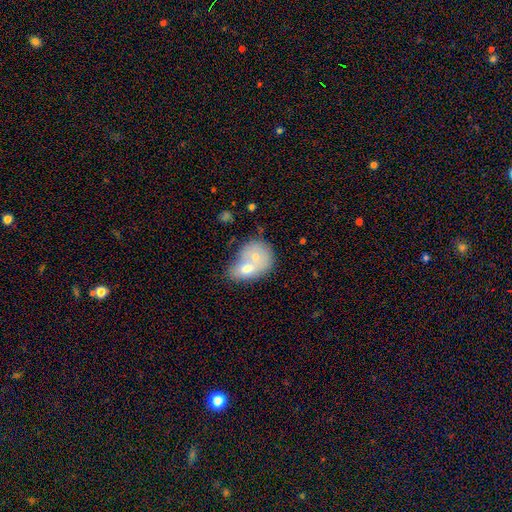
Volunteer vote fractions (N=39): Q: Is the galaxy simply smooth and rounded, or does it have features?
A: smooth — 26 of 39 (67%).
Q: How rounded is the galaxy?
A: round — 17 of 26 (65%).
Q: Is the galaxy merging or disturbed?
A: merger — 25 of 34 (74%).